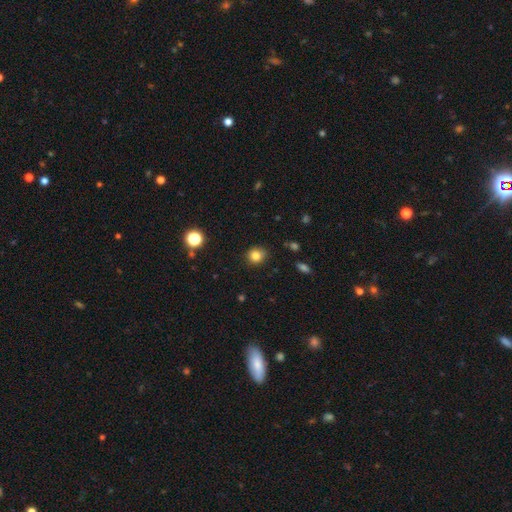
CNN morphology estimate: Overall: smooth (82%). How rounded: round (81%). Merging: none (86%).